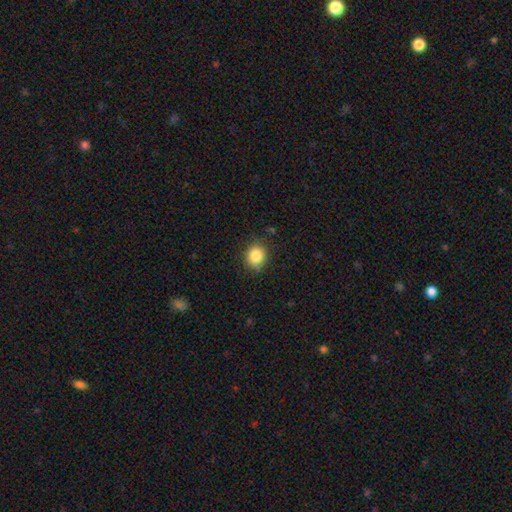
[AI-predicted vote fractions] This is clearly a smooth galaxy (85%). How rounded: likely round (69%). Merging: clearly none (84%).